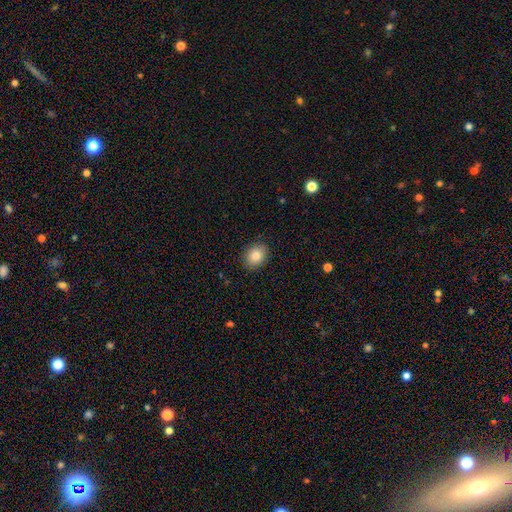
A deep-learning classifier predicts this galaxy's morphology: Smooth or featured? Predicted: smooth (p=0.84). How rounded? Predicted: in between (p=0.60). Merging? Predicted: none (p=0.89).